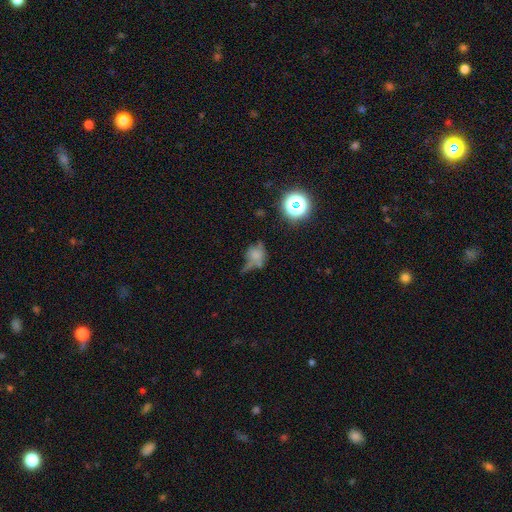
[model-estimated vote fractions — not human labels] This is possibly a smooth galaxy (54%). How rounded: possibly round (56%). Merging: marginally none (35%).